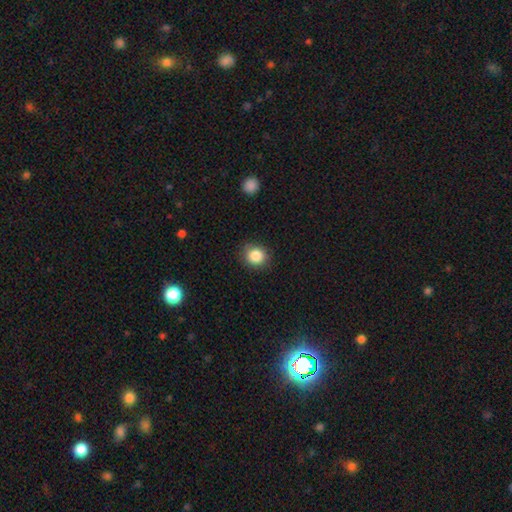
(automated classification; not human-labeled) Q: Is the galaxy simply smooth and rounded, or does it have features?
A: smooth — 86%.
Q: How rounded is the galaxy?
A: round — 85%.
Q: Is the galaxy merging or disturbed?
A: none — 86%.